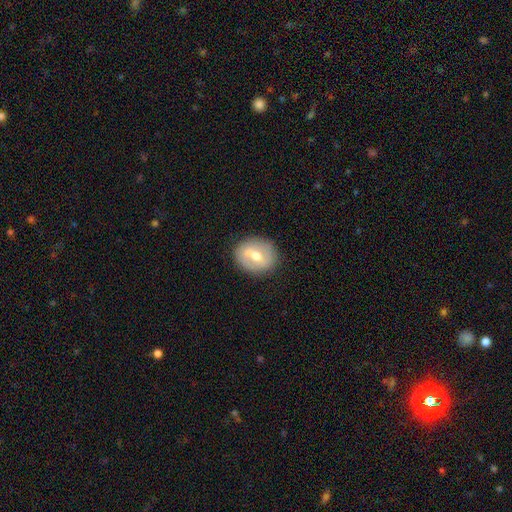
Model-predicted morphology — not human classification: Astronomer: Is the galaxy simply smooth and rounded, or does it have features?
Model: featured or disk — 51% (runner-up: smooth, 43%).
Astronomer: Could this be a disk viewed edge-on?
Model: no — 94%.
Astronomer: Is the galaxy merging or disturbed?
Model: none — 82%.